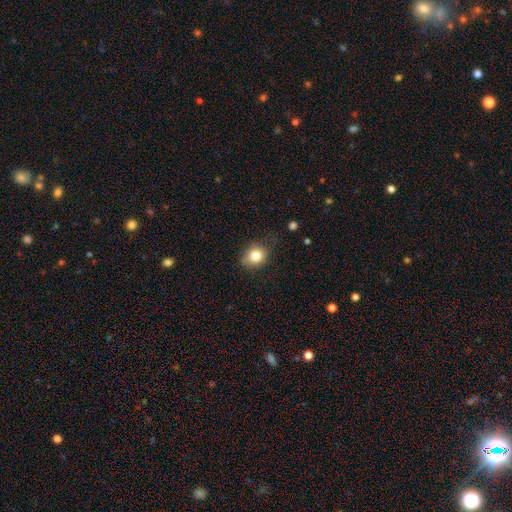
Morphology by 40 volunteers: Smooth or featured? smooth (90%)
How rounded? round (69%)
Merging? none (74%)